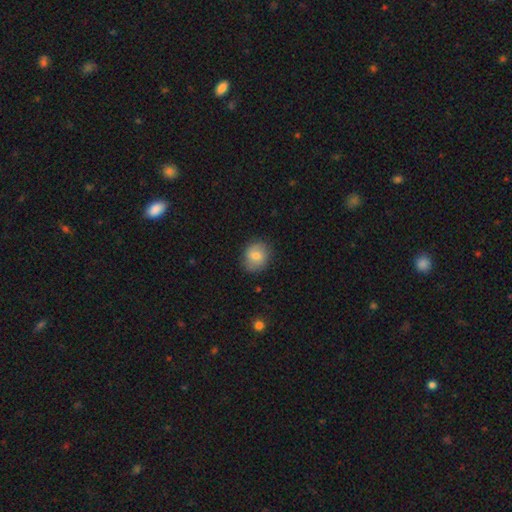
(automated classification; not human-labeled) Q: Smooth or featured?
A: smooth (78%); runner-up: featured or disk (14%)
Q: How rounded?
A: round (63%); runner-up: in between (36%)
Q: Merging?
A: none (83%); runner-up: minor disturbance (13%)